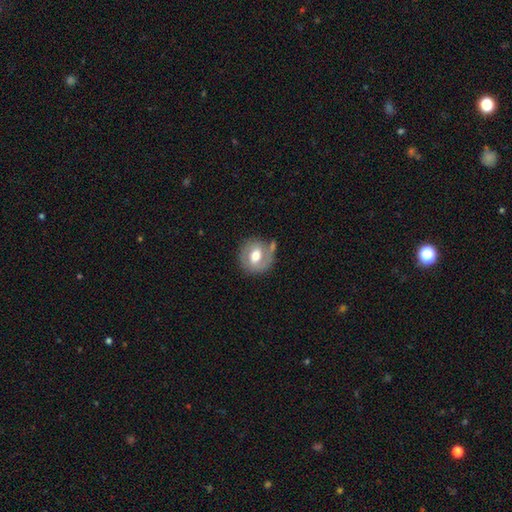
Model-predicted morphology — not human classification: Overall: smooth (50%; featured or disk 43%). How rounded: round (75%). Merging: none (62%).